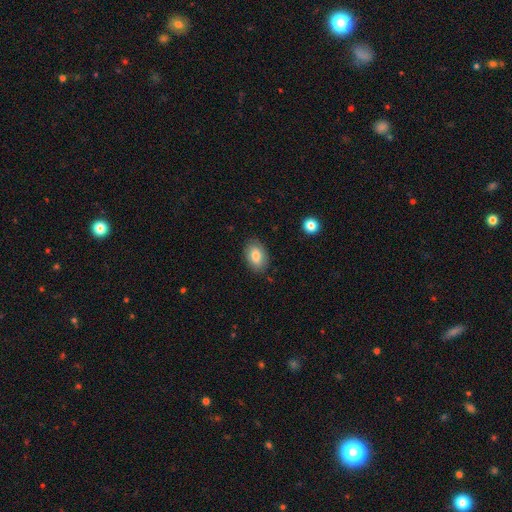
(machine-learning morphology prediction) Overall: smooth (81%). How rounded: in between (88%). Merging: none (85%).